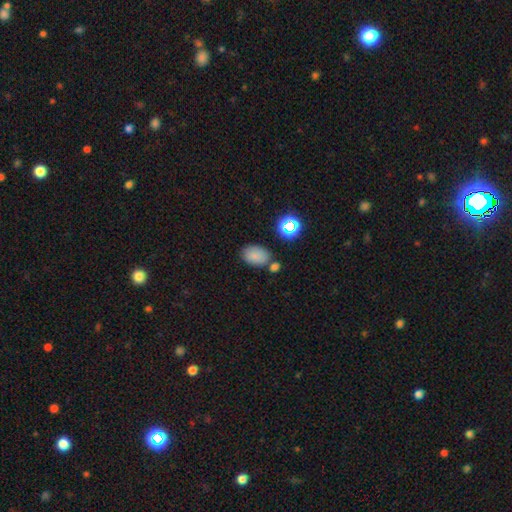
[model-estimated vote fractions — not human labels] Q: Smooth or featured?
A: smooth (79%); runner-up: star or artifact (14%)
Q: How rounded?
A: in between (86%); runner-up: round (13%)
Q: Merging?
A: none (69%); runner-up: minor disturbance (14%)